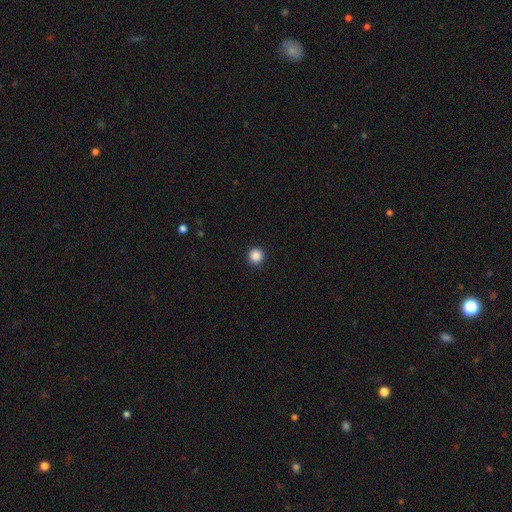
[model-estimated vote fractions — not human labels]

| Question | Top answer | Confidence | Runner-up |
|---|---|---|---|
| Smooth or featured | smooth | 87% | star or artifact (10%) |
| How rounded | round | 96% | in between (3%) |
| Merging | none | 93% | minor disturbance (5%) |